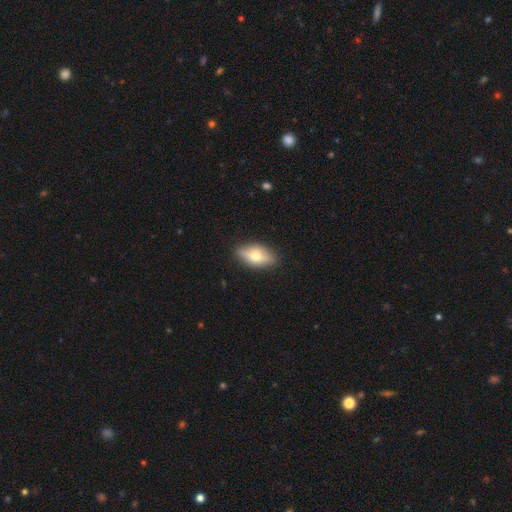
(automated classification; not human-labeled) This is possibly a smooth galaxy (58%). How rounded: clearly in between (85%). Merging: clearly none (86%).